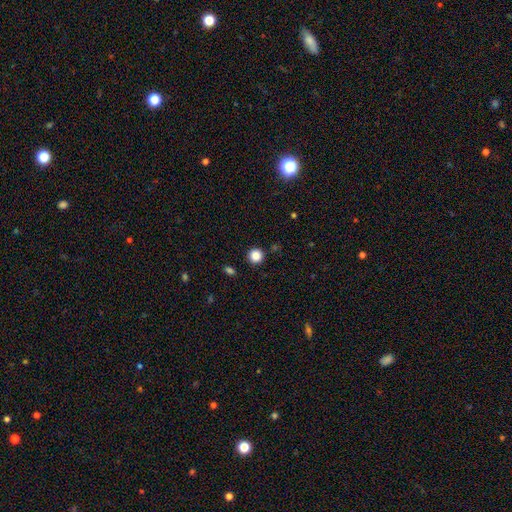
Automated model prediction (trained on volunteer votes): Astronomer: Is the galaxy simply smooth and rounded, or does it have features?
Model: smooth — 86%.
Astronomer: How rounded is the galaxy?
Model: round — 95%.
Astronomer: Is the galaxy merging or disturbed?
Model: none — 91%.